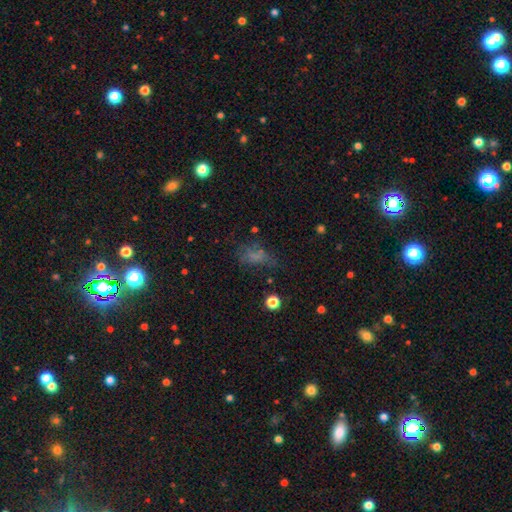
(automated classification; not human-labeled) smooth 56%, star or artifact 23%, featured or disk 21%. Down the decision tree: how rounded — in between (77%); merging — none (46%).